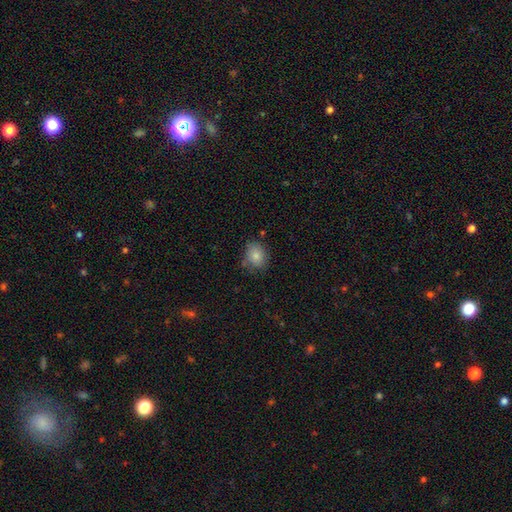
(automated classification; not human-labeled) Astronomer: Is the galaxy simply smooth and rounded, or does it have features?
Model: smooth — 82%.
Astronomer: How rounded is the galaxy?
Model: round — 52% (runner-up: in between, 47%).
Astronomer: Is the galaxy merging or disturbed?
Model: none — 75%.